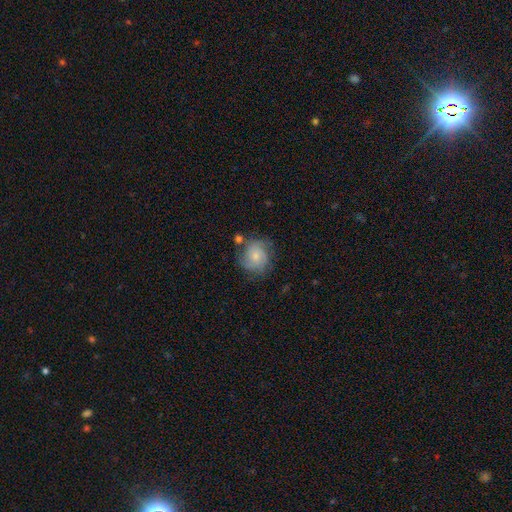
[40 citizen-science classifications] smooth_or_featured: featured or disk (p=0.47) [alt: smooth p=0.45]
disk_edge_on: no (p=1.00)
bar: no (p=0.89) [alt: strong p=0.05]
has_spiral_arms: yes (p=0.89) [alt: no p=0.11]
spiral_winding: medium (p=0.47) [alt: tight p=0.35]
spiral_arm_count: can't tell (p=0.47) [alt: 3 p=0.29]
bulge_size: small (p=0.53) [alt: moderate p=0.37]
merging: none (p=0.62) [alt: minor disturbance p=0.22]